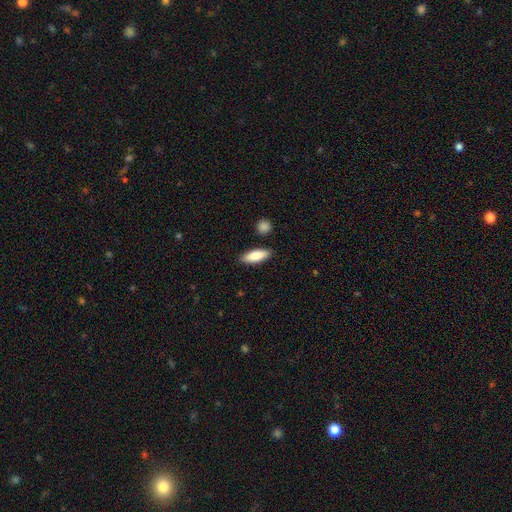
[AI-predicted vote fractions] This appears to be a smooth galaxy with no disk features (83%) that is in between round and cigar-shaped (62%). Merging: none (87%).